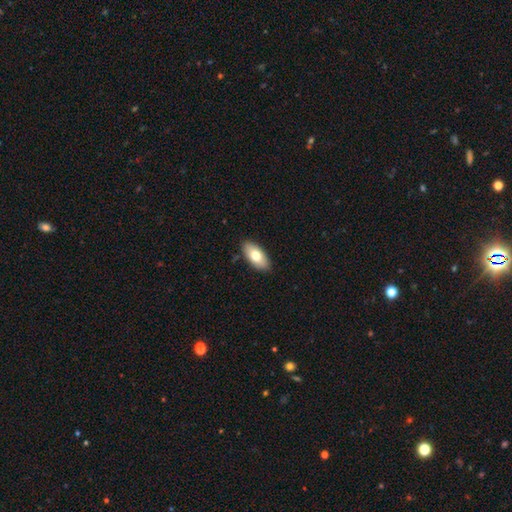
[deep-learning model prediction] A smooth galaxy with no disk features (73%) that is in between round and cigar-shaped (91%). Merging: none (87%).